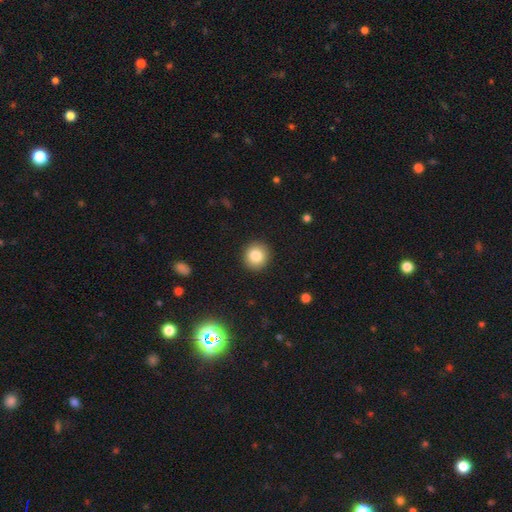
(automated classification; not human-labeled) smooth_or_featured: smooth (p=0.83) [alt: star or artifact p=0.10]
how_rounded: round (p=0.89) [alt: in between p=0.10]
merging: none (p=0.92) [alt: minor disturbance p=0.06]